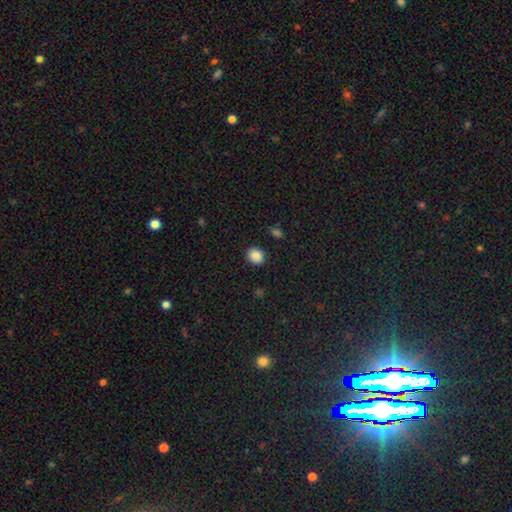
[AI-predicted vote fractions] Overall: smooth (88%). How rounded: round (66%; in between 33%). Merging: none (89%).